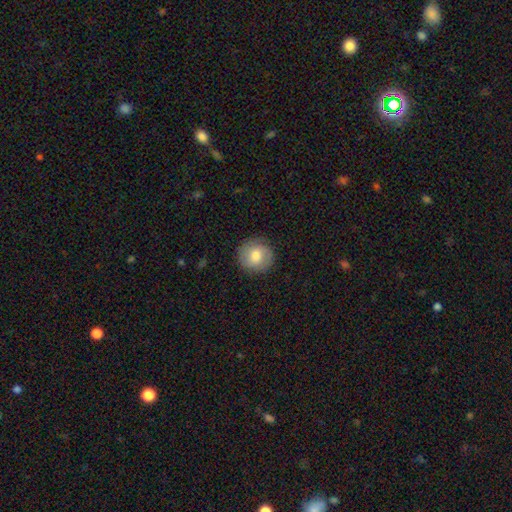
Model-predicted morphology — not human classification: The model was most divided on "smooth or featured": smooth: 63%, featured or disk: 29%, star or artifact: 7%. More confident: how rounded — round (91%); merging — none (85%).